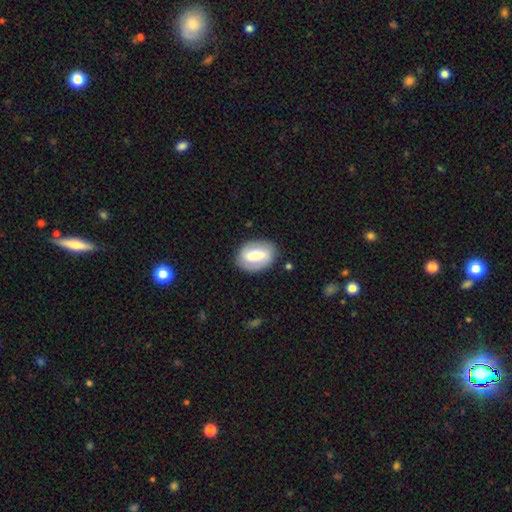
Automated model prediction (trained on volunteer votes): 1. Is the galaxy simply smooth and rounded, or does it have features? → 48% featured or disk, 46% smooth, 6% star or artifact.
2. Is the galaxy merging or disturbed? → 83% none, 12% minor disturbance, 4% major disturbance, 2% merger.